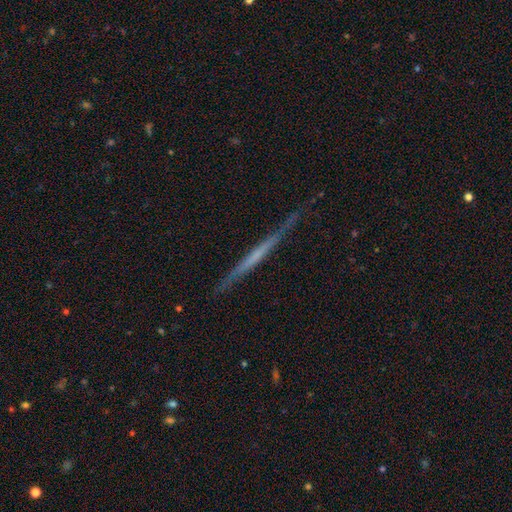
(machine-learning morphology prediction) smooth_or_featured: featured or disk (p=0.64) [alt: smooth p=0.30]
disk_edge_on: yes (p=0.97) [alt: no p=0.03]
edge_on_bulge: none (p=0.83) [alt: rounded p=0.09]
merging: none (p=0.80) [alt: minor disturbance p=0.15]